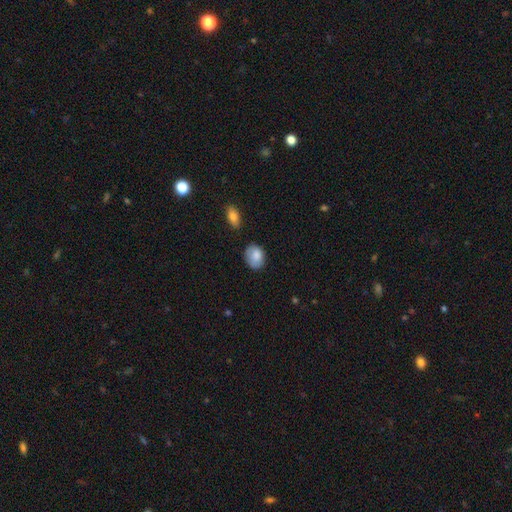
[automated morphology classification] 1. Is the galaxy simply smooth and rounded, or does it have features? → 85% smooth, 8% featured or disk, 7% star or artifact.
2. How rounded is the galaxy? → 67% in between, 32% round, 1% cigar-shaped.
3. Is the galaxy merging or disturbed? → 70% none, 23% minor disturbance, 4% major disturbance, 2% merger.